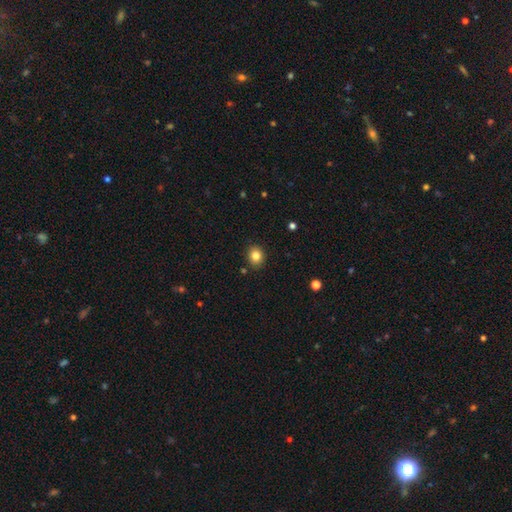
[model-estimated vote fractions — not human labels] smooth-or-featured: smooth: 83% | star or artifact: 11% | featured or disk: 6%
  how-rounded: round: 66% | in between: 33% | cigar-shaped: 1%
  merging: none: 88% | minor disturbance: 8% | major disturbance: 2% | merger: 2%